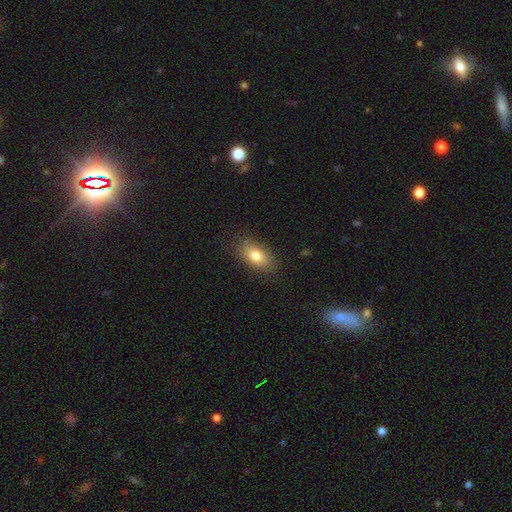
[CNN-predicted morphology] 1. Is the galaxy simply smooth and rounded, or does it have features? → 79% smooth, 12% featured or disk, 8% star or artifact.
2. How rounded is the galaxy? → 88% in between, 8% round, 4% cigar-shaped.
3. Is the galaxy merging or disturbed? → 82% none, 13% minor disturbance, 4% major disturbance, 1% merger.